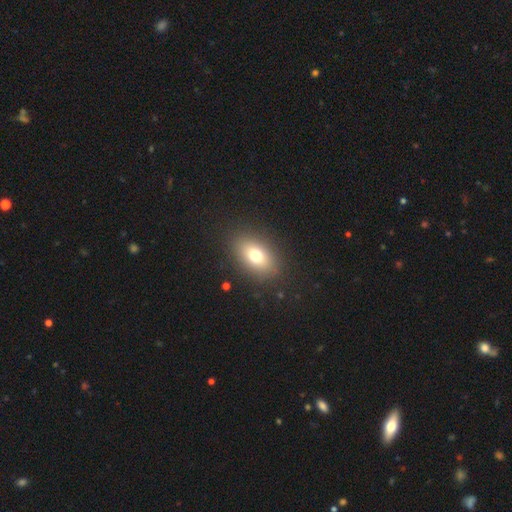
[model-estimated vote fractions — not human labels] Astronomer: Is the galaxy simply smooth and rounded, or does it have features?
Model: smooth — 75%.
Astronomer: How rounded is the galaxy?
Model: in between — 84%.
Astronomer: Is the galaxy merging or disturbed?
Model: none — 87%.